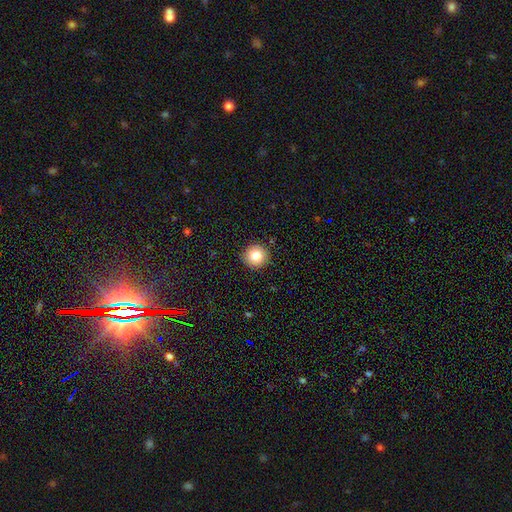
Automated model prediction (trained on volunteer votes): This appears to be a smooth galaxy with no disk features (83%) that is round (95%). Merging: none (90%).